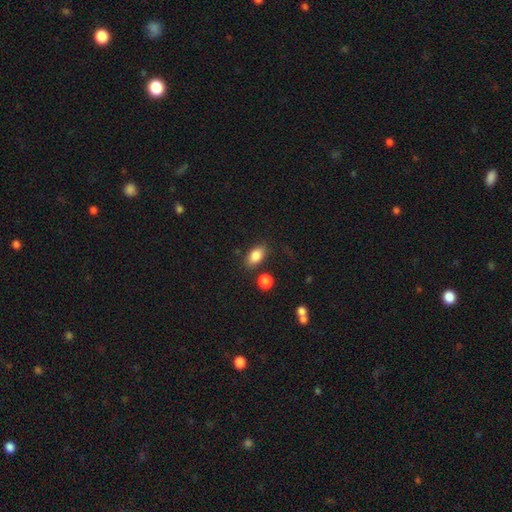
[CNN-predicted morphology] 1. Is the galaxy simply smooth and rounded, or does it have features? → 85% smooth, 8% star or artifact, 7% featured or disk.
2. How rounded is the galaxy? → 87% in between, 10% round, 3% cigar-shaped.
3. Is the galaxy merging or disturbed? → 78% none, 13% minor disturbance, 5% merger, 4% major disturbance.